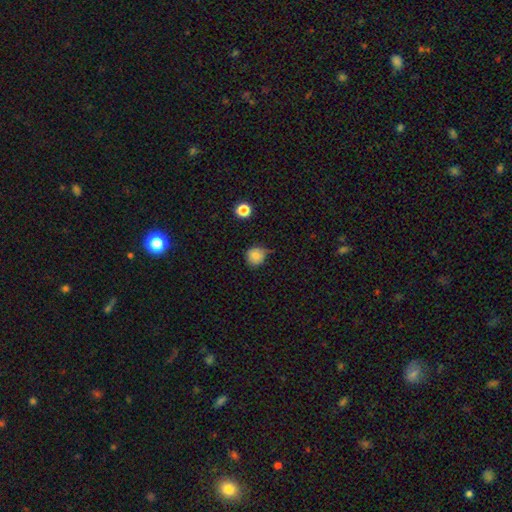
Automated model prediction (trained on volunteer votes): Q: Smooth or featured?
A: smooth (80%); runner-up: star or artifact (11%)
Q: How rounded?
A: round (91%); runner-up: in between (8%)
Q: Merging?
A: none (63%); runner-up: minor disturbance (28%)